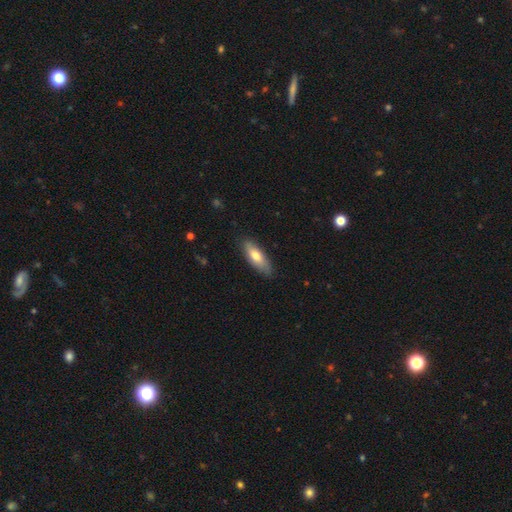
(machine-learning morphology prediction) Smooth or featured: smooth — 71% (featured or disk — 23%)
How rounded: in between — 60% (cigar-shaped — 38%)
Merging: none — 83% (minor disturbance — 14%)